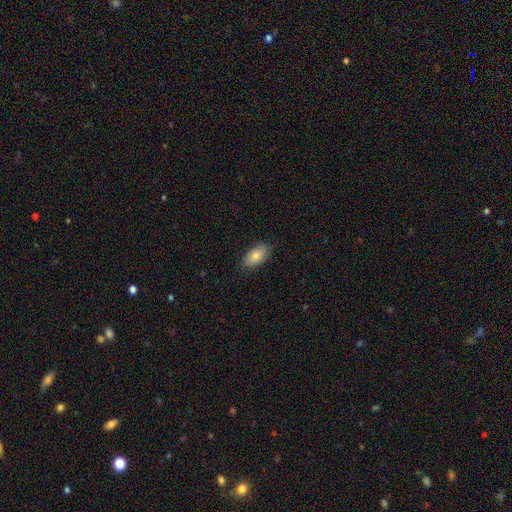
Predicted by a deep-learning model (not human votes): A smooth galaxy with no disk features (83%) that is in between round and cigar-shaped (93%).

Vote fractions:
- Smooth or featured? smooth: 83% / featured or disk: 10% / star or artifact: 7%
- How rounded? in between: 93% / cigar-shaped: 3% / round: 3%
- Merging? none: 86% / minor disturbance: 11% / major disturbance: 2% / merger: 1%